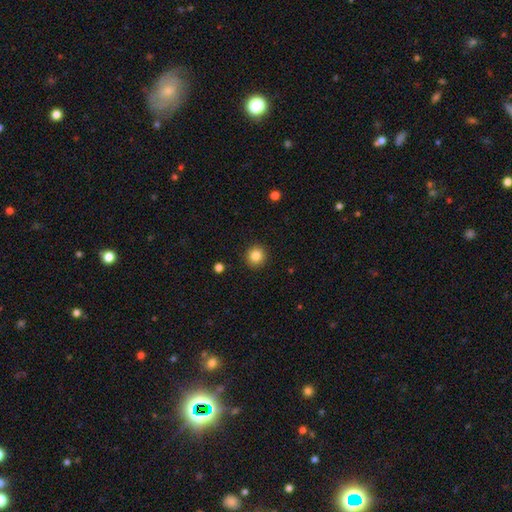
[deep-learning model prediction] A smooth galaxy with no disk features (85%) that is round (92%). Merging: none (92%).